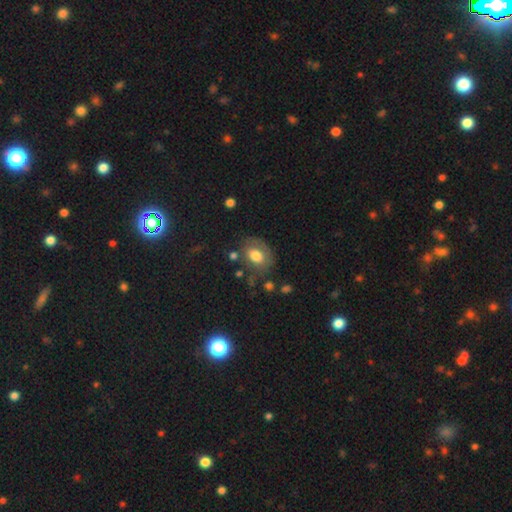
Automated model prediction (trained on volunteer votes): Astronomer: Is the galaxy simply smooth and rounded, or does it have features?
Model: smooth — 66%.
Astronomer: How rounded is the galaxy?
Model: in between — 65%.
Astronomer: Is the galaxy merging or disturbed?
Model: none — 61%.